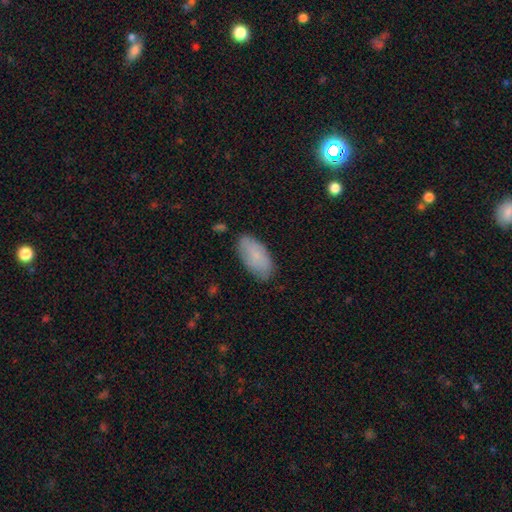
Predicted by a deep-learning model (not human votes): Smooth or featured: smooth — 76% (featured or disk — 17%)
How rounded: in between — 93% (cigar-shaped — 5%)
Merging: none — 78% (minor disturbance — 17%)